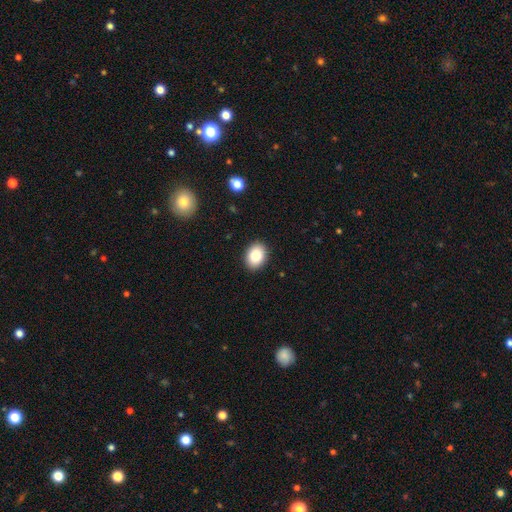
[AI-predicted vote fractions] This is clearly a smooth galaxy (86%). How rounded: likely in between (68%). Merging: clearly none (90%).